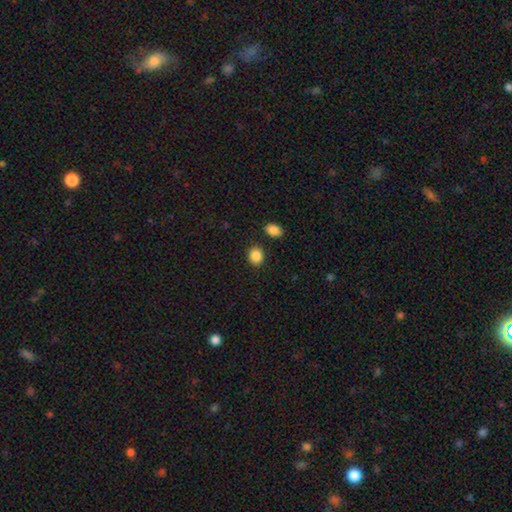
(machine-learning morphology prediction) The model was most divided on "how rounded": round: 64%, in between: 36%, cigar-shaped: 1%. More confident: smooth or featured — smooth (88%); merging — none (86%).